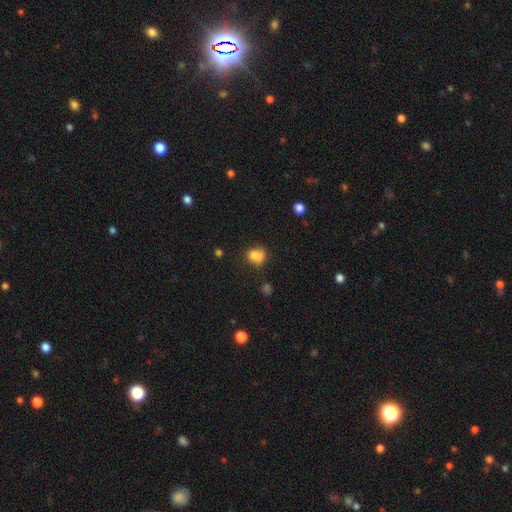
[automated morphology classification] smooth 76%, star or artifact 12%, featured or disk 12%. Down the decision tree: how rounded — round (63%); merging — none (41%).